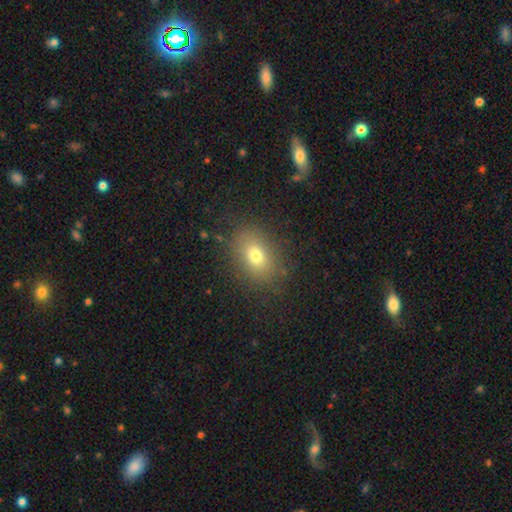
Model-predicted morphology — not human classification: A smooth galaxy with no disk features (75%) that is in between round and cigar-shaped (73%).

Vote fractions:
- Smooth or featured? smooth: 75% / star or artifact: 13% / featured or disk: 12%
- How rounded? in between: 73% / round: 25% / cigar-shaped: 2%
- Merging? none: 83% / minor disturbance: 11% / major disturbance: 4% / merger: 1%